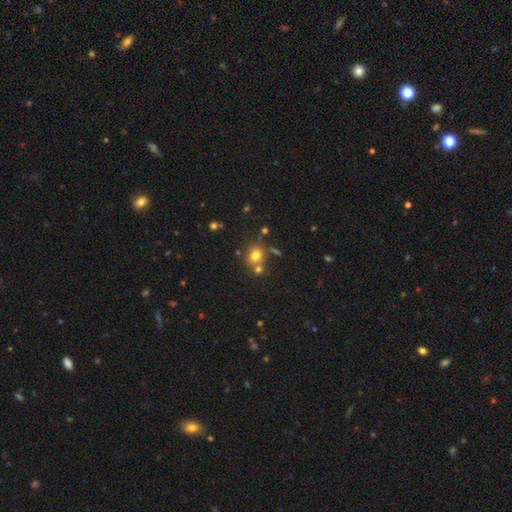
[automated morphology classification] smooth-or-featured: smooth: 73% | star or artifact: 17% | featured or disk: 10%
  how-rounded: round: 84% | in between: 15% | cigar-shaped: 1%
  merging: none: 66% | merger: 20% | minor disturbance: 10% | major disturbance: 4%